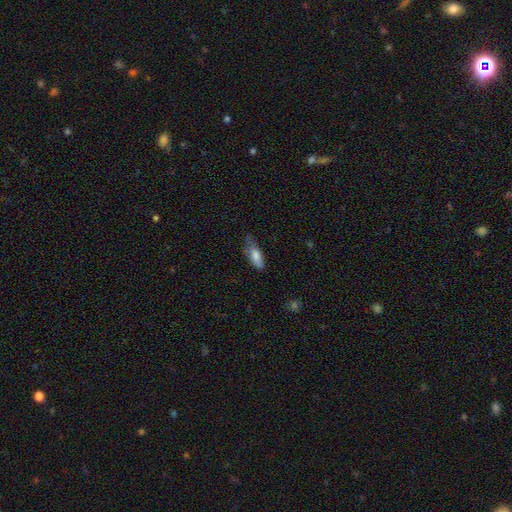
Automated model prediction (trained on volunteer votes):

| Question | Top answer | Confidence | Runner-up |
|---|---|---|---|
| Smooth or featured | smooth | 77% | featured or disk (16%) |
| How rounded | in between | 74% | cigar-shaped (24%) |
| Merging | none | 43% | minor disturbance (40%) |